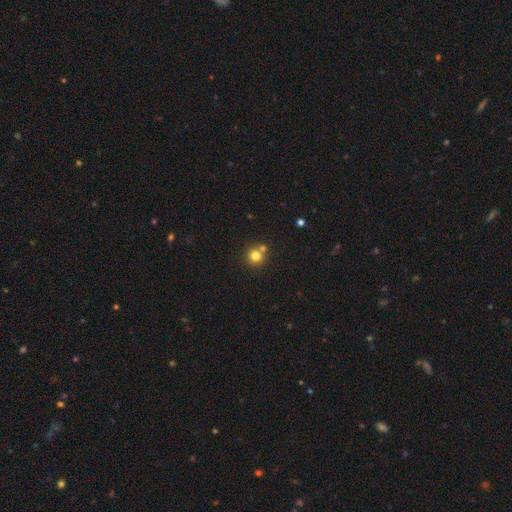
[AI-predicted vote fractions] smooth 78%, star or artifact 13%, featured or disk 8%. Down the decision tree: how rounded — round (93%); merging — none (67%).